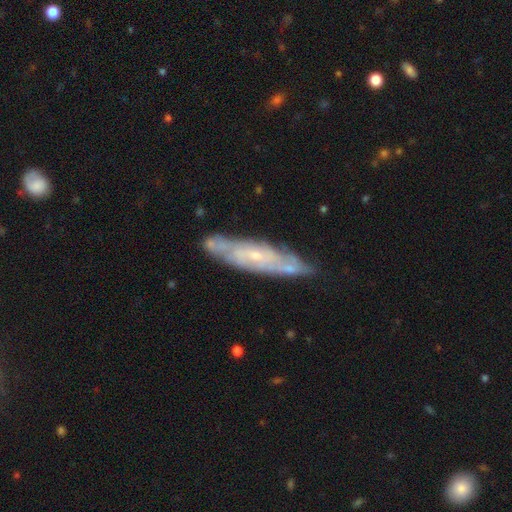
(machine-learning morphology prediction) smooth-or-featured: featured or disk: 75% | smooth: 19% | star or artifact: 6%
  disk-edge-on: no: 65% | yes: 35%
  merging: none: 73% | minor disturbance: 19% | merger: 4% | major disturbance: 4%